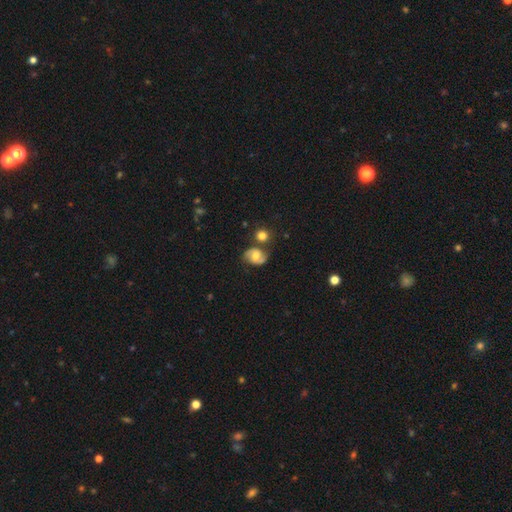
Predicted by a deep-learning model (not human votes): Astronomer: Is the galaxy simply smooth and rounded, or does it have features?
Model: featured or disk — 68%.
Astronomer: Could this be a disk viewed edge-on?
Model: no — 97%.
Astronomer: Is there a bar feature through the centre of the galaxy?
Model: no — 55% (runner-up: weak, 36%).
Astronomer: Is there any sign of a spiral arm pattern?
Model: yes — 91%.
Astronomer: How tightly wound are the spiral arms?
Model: medium — 52%.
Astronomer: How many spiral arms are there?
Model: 2 — 91%.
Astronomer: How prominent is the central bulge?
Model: moderate — 71%.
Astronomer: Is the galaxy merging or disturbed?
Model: none — 71%.